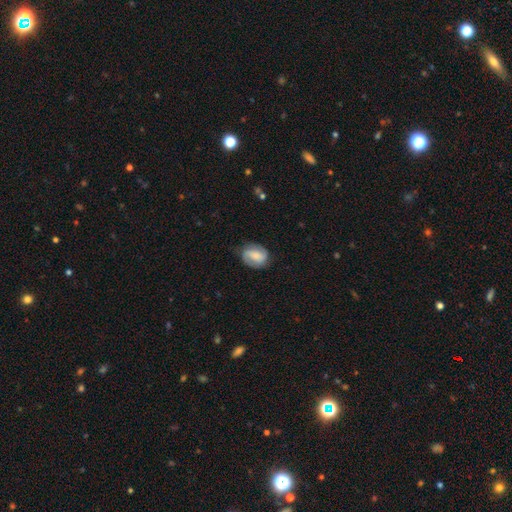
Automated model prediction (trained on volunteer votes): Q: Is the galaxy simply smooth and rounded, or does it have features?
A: featured or disk — 52%.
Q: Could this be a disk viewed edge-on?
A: no — 97%.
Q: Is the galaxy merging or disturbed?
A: none — 75%.